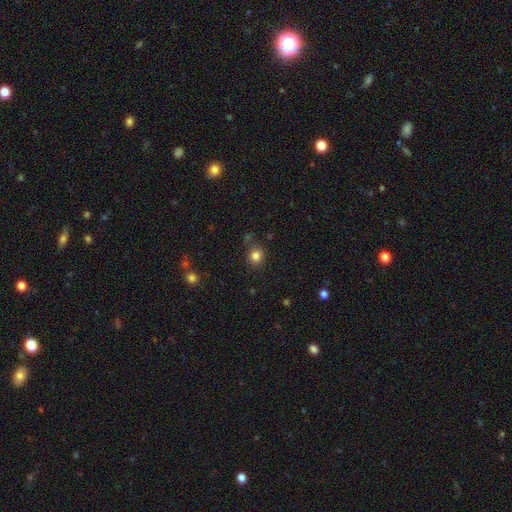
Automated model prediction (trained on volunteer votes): This is clearly a smooth galaxy (82%). How rounded: clearly round (84%). Merging: clearly none (83%).